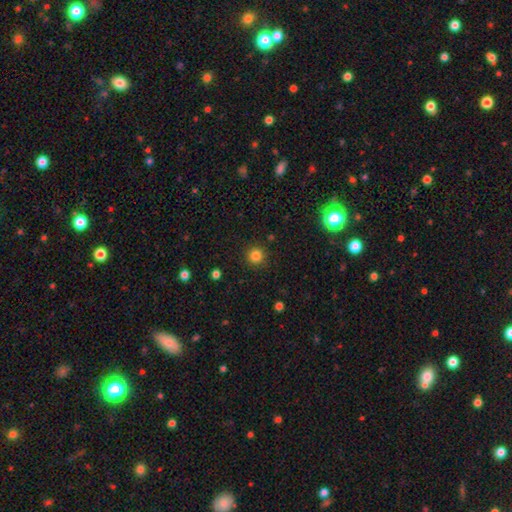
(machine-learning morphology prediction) smooth 82%, star or artifact 14%, featured or disk 4%. Down the decision tree: how rounded — round (95%); merging — none (90%).